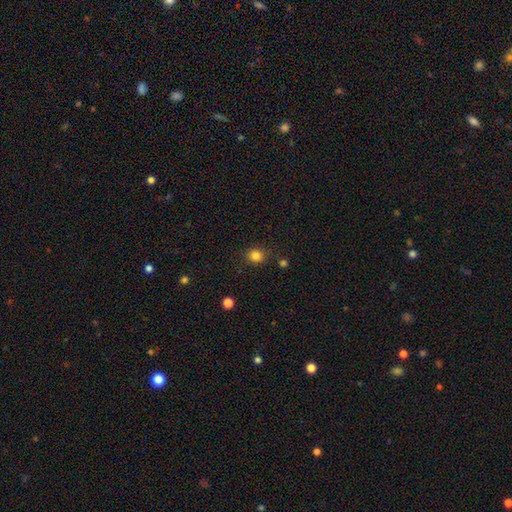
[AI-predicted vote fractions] A smooth galaxy with no disk features (83%) that is round (80%).

Vote fractions:
- Smooth or featured? smooth: 83% / star or artifact: 12% / featured or disk: 5%
- How rounded? round: 80% / in between: 19% / cigar-shaped: 1%
- Merging? none: 84% / minor disturbance: 10% / major disturbance: 3% / merger: 3%